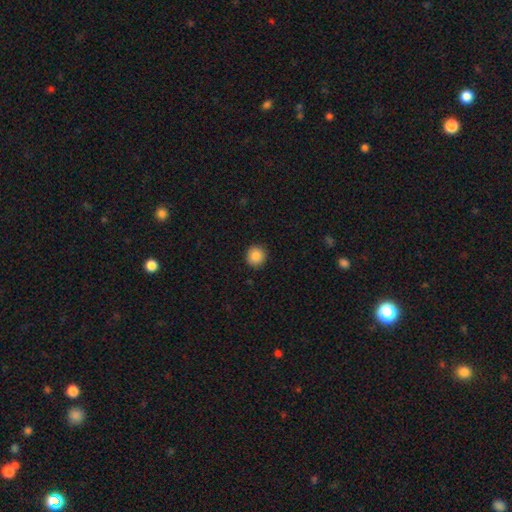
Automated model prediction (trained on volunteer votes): Overall: smooth (86%). How rounded: round (94%). Merging: none (92%).